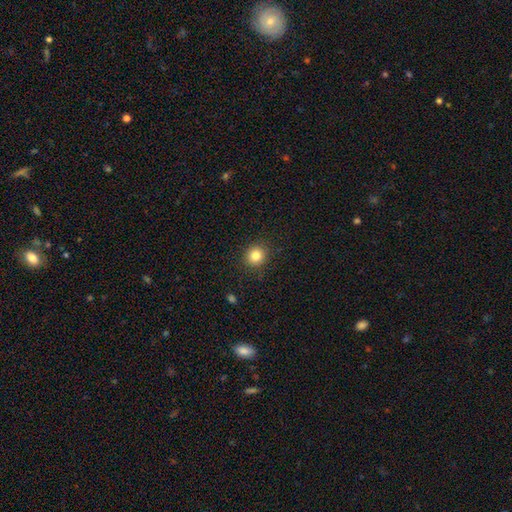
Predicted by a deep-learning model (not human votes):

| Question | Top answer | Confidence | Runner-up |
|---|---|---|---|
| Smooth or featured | smooth | 83% | star or artifact (11%) |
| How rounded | round | 88% | in between (11%) |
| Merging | none | 90% | minor disturbance (7%) |